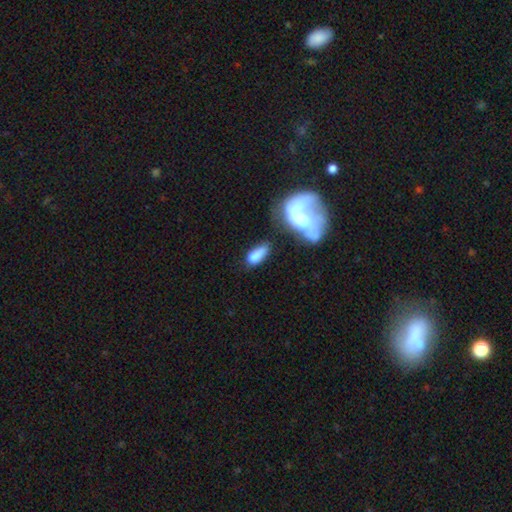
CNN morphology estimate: Q: Smooth or featured?
A: smooth (75%); runner-up: featured or disk (16%)
Q: How rounded?
A: in between (75%); runner-up: cigar-shaped (19%)
Q: Merging?
A: none (39%); runner-up: minor disturbance (24%)